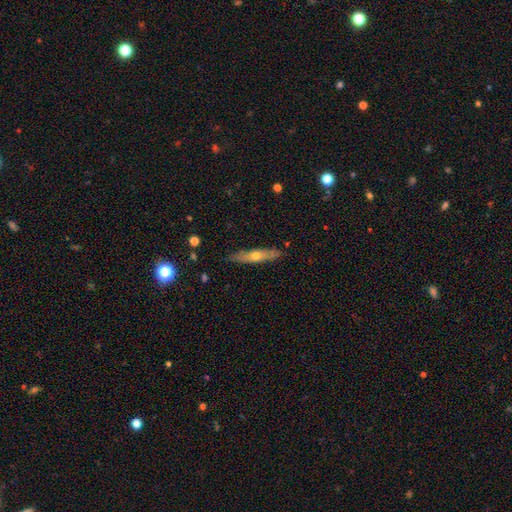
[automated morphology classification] This is possibly a featured or disk galaxy (53%). It is clearly viewed edge-on (85%). Merging: clearly none (88%).